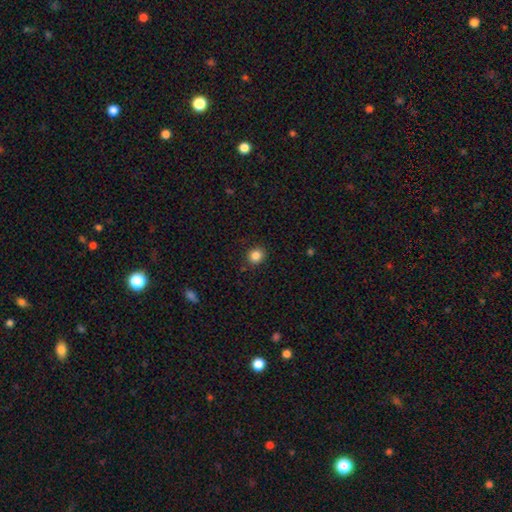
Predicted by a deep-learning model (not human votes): Smooth or featured: smooth — 85% (star or artifact — 11%)
How rounded: round — 79% (in between — 20%)
Merging: none — 89% (minor disturbance — 7%)